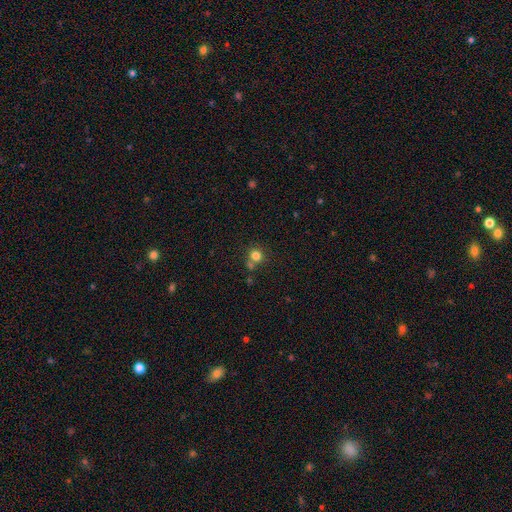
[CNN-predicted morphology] A smooth galaxy with no disk features (79%) that is round (87%). Merging: none (59%).